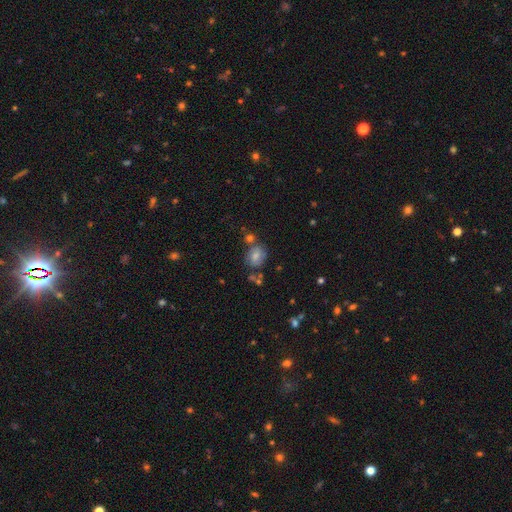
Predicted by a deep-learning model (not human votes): Q: Smooth or featured?
A: smooth (60%); runner-up: featured or disk (27%)
Q: How rounded?
A: round (56%); runner-up: in between (42%)
Q: Merging?
A: none (60%); runner-up: minor disturbance (18%)